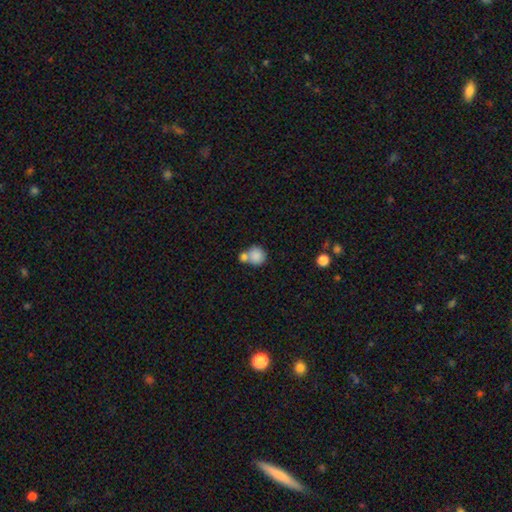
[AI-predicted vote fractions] The model was most divided on "merging": merger: 45%, none: 41%, minor disturbance: 10%, major disturbance: 4%. More confident: how rounded — round (87%); smooth or featured — smooth (84%).